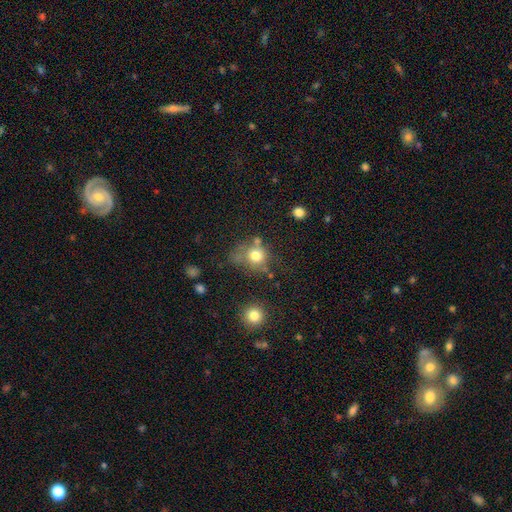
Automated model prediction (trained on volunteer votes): This is likely a smooth galaxy (74%). How rounded: likely round (75%). Merging: possibly none (47%).